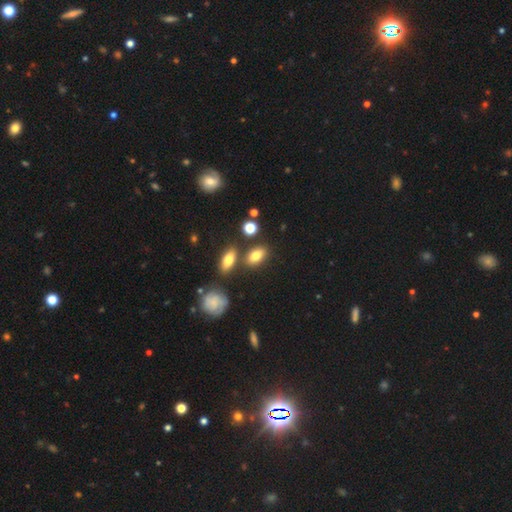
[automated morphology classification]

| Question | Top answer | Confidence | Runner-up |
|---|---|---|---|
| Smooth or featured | smooth | 77% | featured or disk (13%) |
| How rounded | in between | 85% | round (11%) |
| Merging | none | 74% | minor disturbance (13%) |